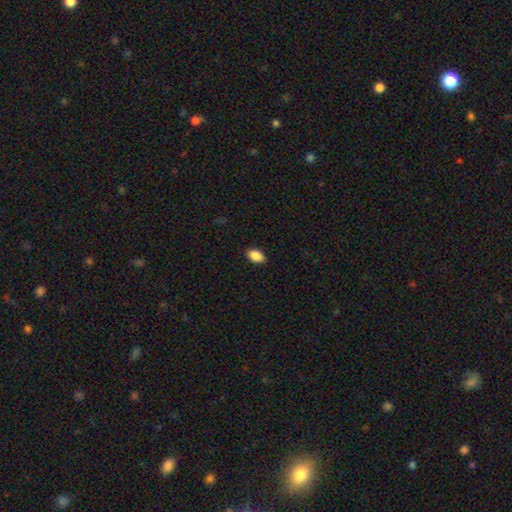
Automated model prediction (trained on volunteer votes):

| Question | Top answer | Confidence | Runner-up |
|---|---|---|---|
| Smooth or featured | smooth | 89% | star or artifact (7%) |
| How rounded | in between | 89% | round (9%) |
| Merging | none | 89% | minor disturbance (8%) |